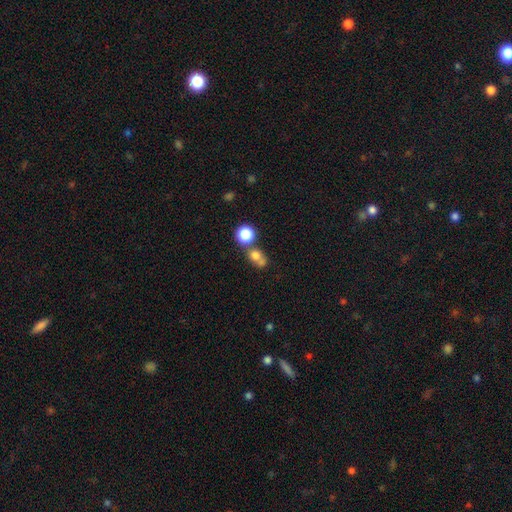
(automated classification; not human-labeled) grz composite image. It shows a smooth galaxy with no disk features (73%) that is round (70%). Merging: merger (47%).